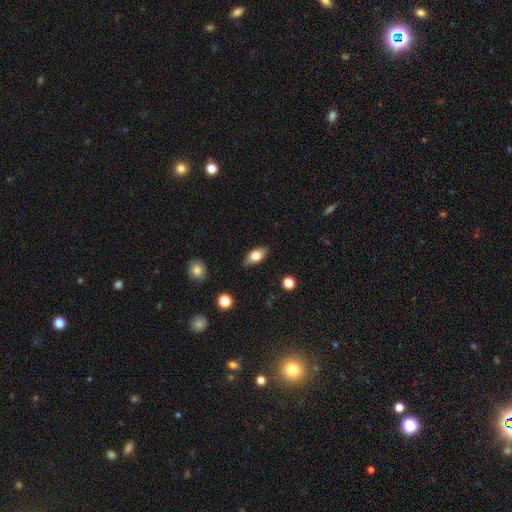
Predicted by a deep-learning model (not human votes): Morphology: type=smooth (75%); roundness=in between (87%); merging=none (82%).